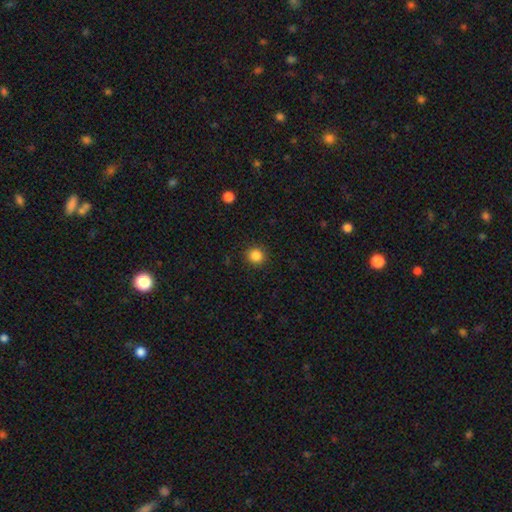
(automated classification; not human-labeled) A smooth galaxy with no disk features (85%) that is round (92%).

Vote fractions:
- Smooth or featured? smooth: 85% / star or artifact: 11% / featured or disk: 4%
- How rounded? round: 92% / in between: 7% / cigar-shaped: 1%
- Merging? none: 92% / minor disturbance: 5% / major disturbance: 2% / merger: 1%